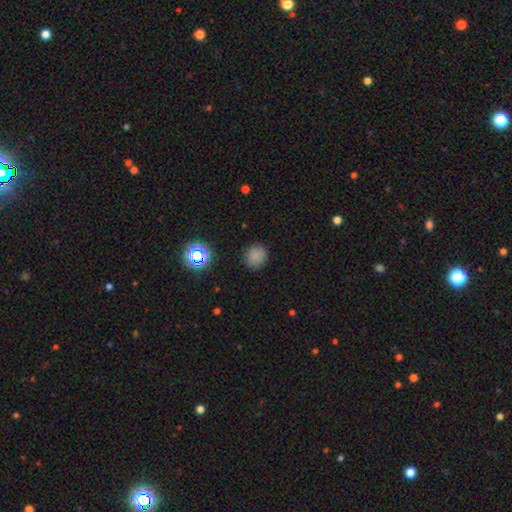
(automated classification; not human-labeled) Overall: smooth (79%). How rounded: round (79%). Merging: none (85%).